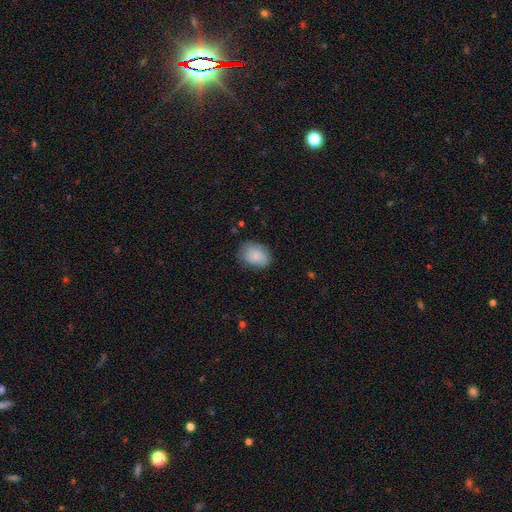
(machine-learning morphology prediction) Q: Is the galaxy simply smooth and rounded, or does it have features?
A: smooth — 78%.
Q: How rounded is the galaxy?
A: in between — 69%.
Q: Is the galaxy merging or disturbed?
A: none — 69%.